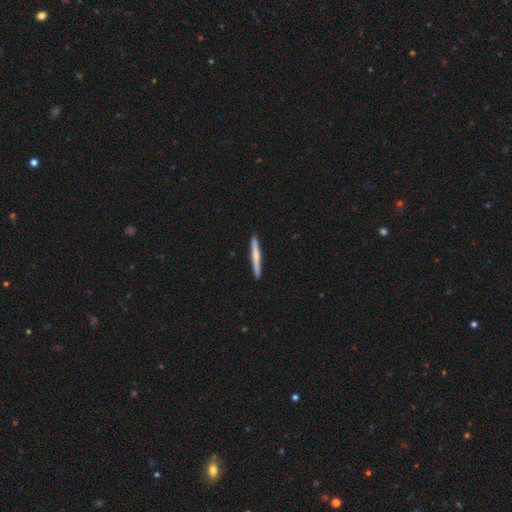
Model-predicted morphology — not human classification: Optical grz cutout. It shows a smooth galaxy with no disk features (63%) that is cigar-shaped (97%). Merging: none (92%).